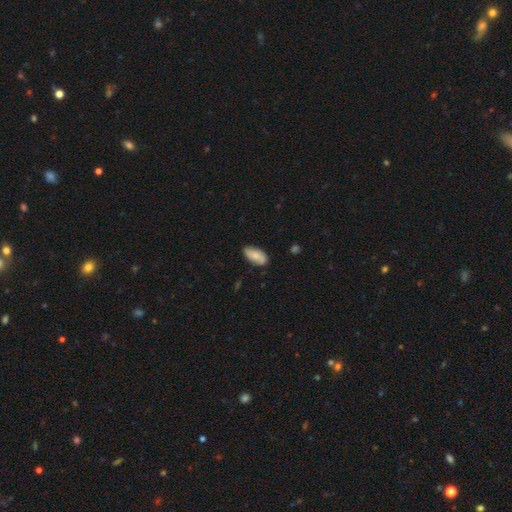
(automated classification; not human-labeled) Overall: smooth (81%). How rounded: in between (90%). Merging: none (81%).